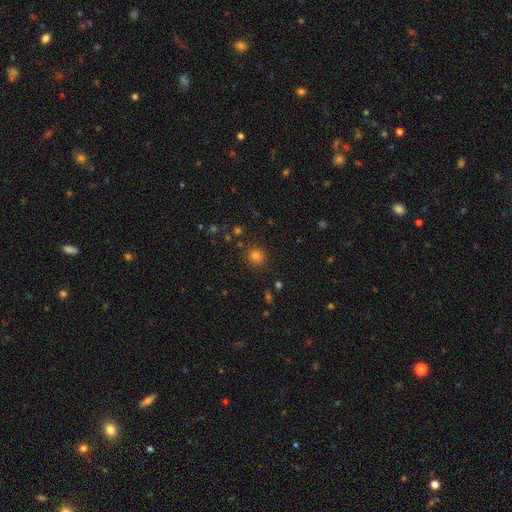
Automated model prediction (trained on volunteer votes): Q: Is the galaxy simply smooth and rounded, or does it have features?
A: smooth — 79%.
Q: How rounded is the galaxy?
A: round — 88%.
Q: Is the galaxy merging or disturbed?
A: none — 86%.